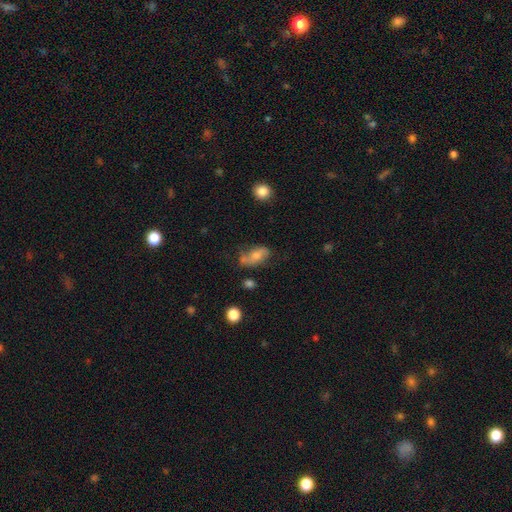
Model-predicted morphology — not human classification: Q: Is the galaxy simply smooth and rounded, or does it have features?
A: smooth — 54%.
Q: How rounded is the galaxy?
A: in between — 86%.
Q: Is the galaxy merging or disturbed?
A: none — 51%.